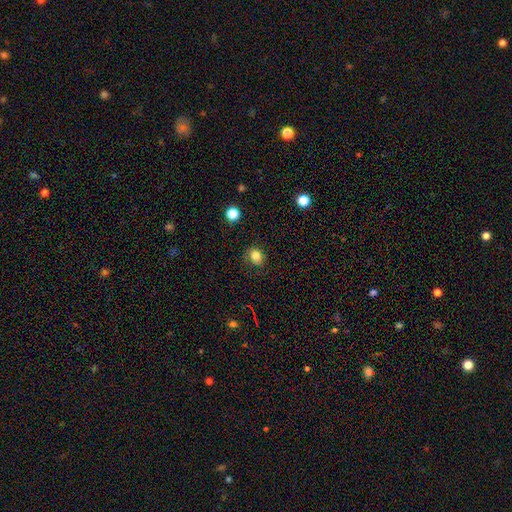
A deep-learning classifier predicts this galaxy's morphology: Smooth or featured? smooth (80%)
How rounded? round (70%)
Merging? none (76%)